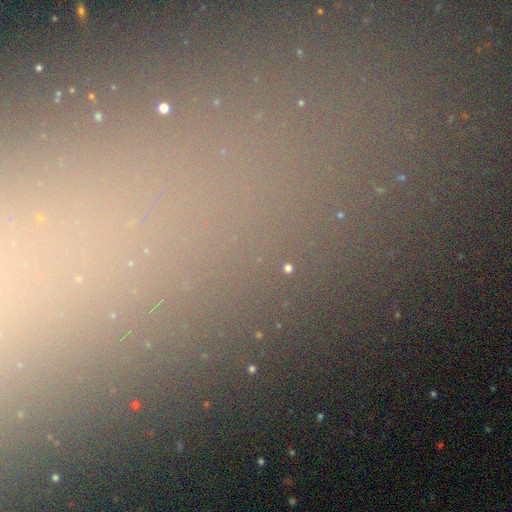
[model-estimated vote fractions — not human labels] Q: Smooth or featured?
A: star or artifact (68%); runner-up: smooth (19%)